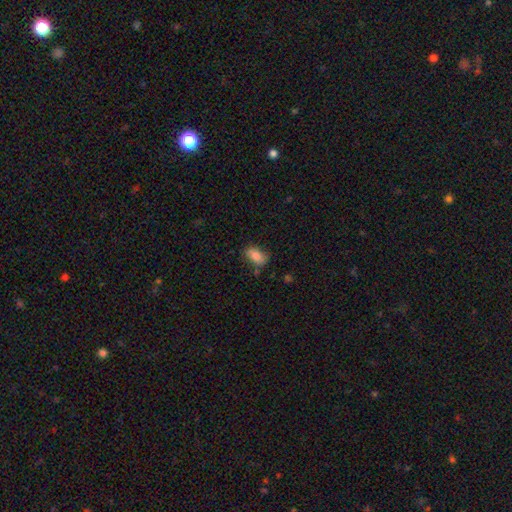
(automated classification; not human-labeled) Overall: smooth (82%). How rounded: in between (88%). Merging: none (69%).